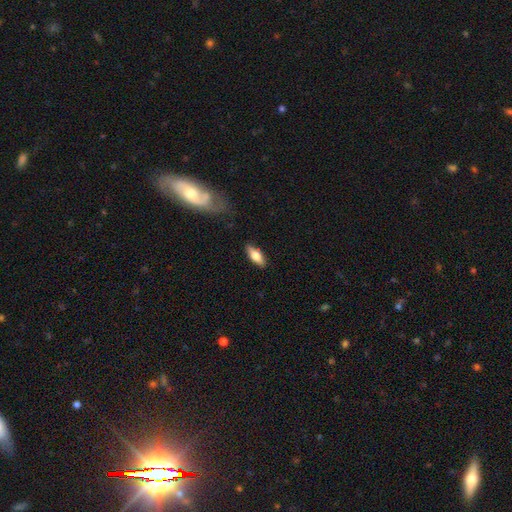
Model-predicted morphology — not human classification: type=smooth (64%); roundness=in between (72%); merging=none (85%).